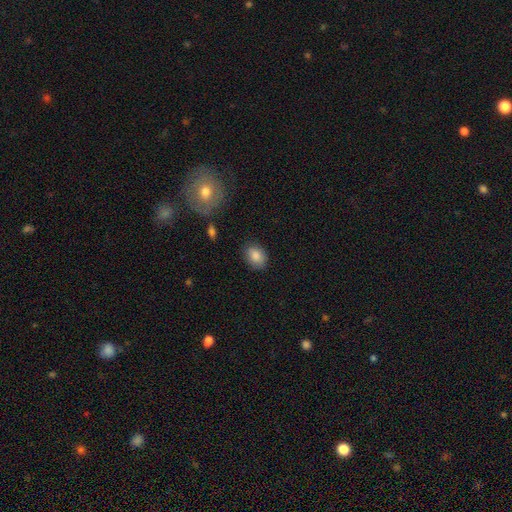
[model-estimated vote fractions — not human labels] Morphology: type=smooth (87%); roundness=in between (73%); merging=none (82%).